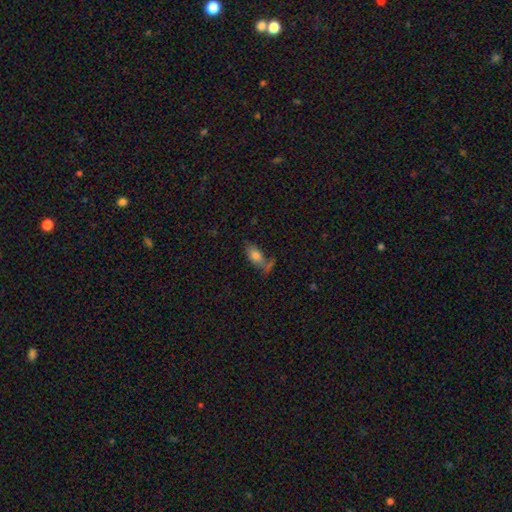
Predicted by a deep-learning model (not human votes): This is likely a smooth galaxy (76%). How rounded: clearly in between (87%). Merging: possibly none (49%).